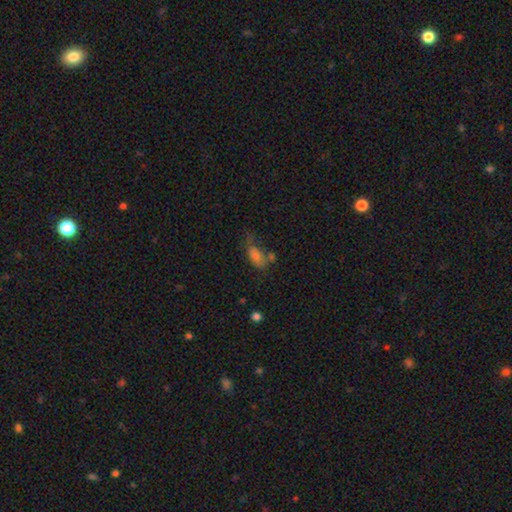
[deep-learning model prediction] Morphology: type=smooth (62%); roundness=in between (84%); merging=none (34%).